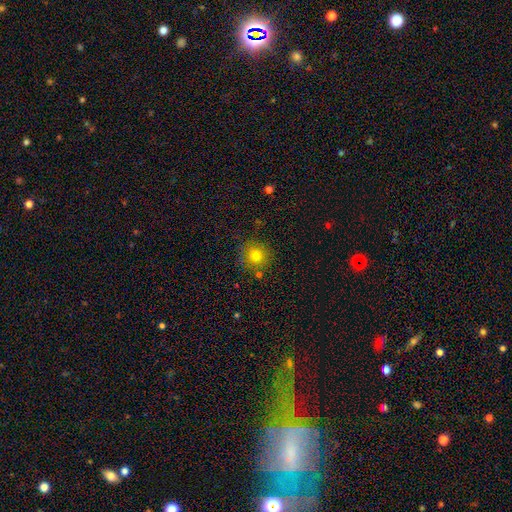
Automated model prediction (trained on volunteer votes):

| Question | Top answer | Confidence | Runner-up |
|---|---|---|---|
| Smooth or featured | smooth | 78% | star or artifact (13%) |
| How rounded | round | 94% | in between (5%) |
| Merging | none | 84% | minor disturbance (9%) |